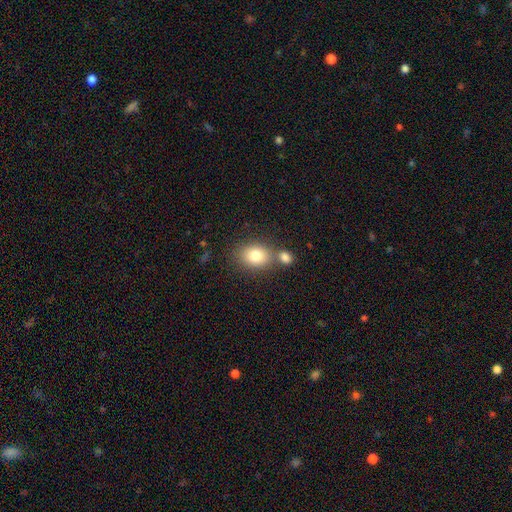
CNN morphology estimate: type=smooth (81%); roundness=in between (63%); merging=none (58%).